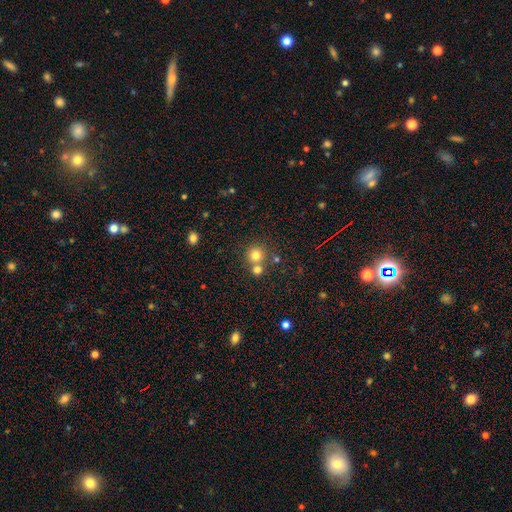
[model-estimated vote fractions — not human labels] Morphology: type=smooth (77%); roundness=round (91%); merging=none (59%).